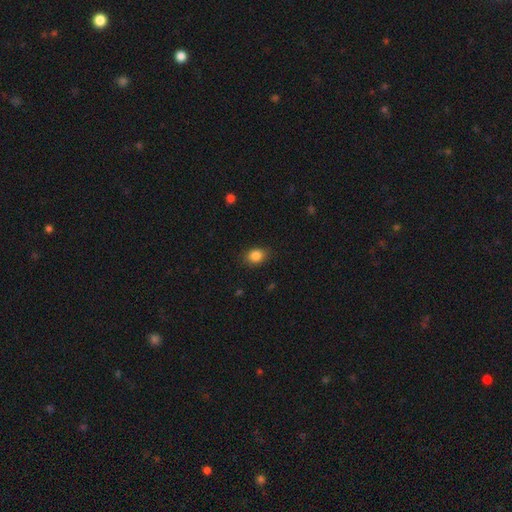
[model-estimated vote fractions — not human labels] Morphology: type=smooth (86%); roundness=in between (57%); merging=none (85%).